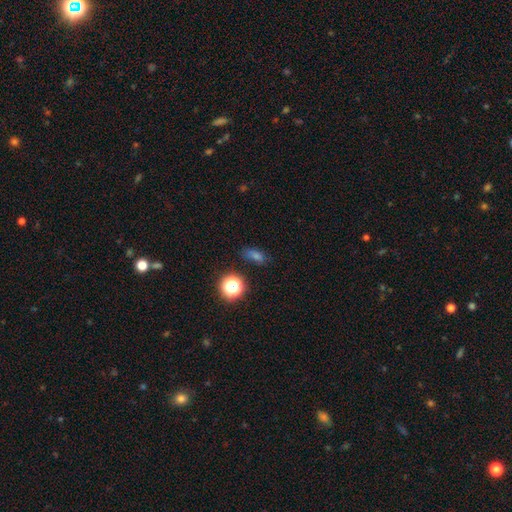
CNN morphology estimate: The model was most divided on "smooth or featured": smooth: 55%, star or artifact: 34%, featured or disk: 10%. More confident: merging — none (83%); how rounded — in between (61%).